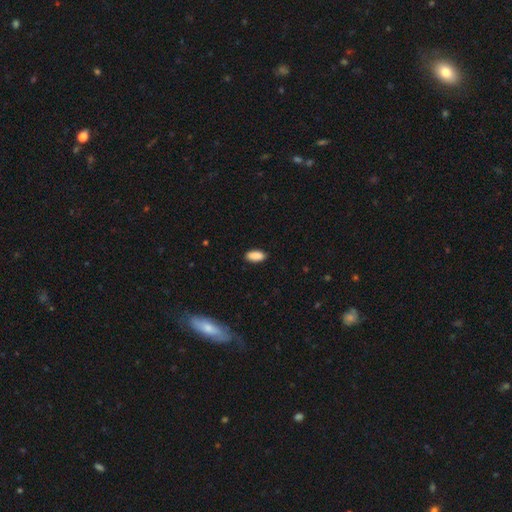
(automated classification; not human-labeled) Q: Smooth or featured?
A: smooth (90%); runner-up: star or artifact (7%)
Q: How rounded?
A: in between (89%); runner-up: cigar-shaped (8%)
Q: Merging?
A: none (89%); runner-up: minor disturbance (9%)